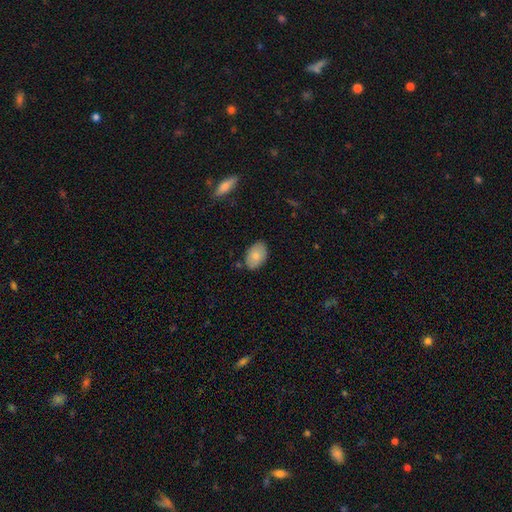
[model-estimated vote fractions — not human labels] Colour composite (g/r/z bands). It shows a smooth galaxy with no disk features (80%) that is in between round and cigar-shaped (89%). Merging: none (81%).